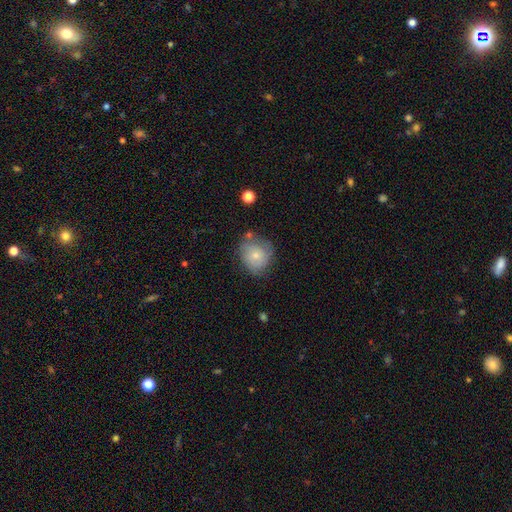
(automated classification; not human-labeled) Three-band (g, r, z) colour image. It shows a smooth galaxy with no disk features (67%) that is round (75%). Merging: none (59%).